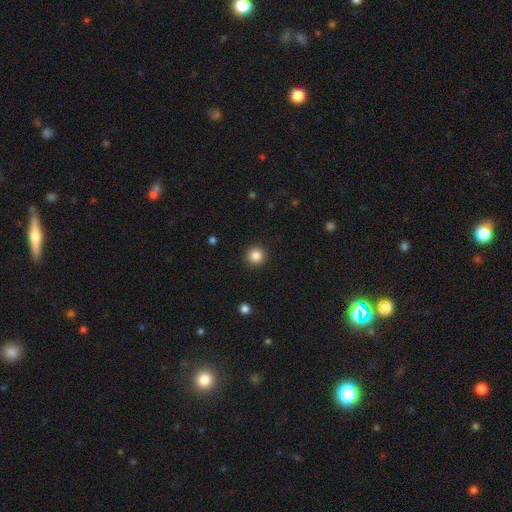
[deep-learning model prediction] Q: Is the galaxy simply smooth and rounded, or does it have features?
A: smooth — 85%.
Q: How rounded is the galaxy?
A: round — 95%.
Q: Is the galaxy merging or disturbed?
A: none — 93%.